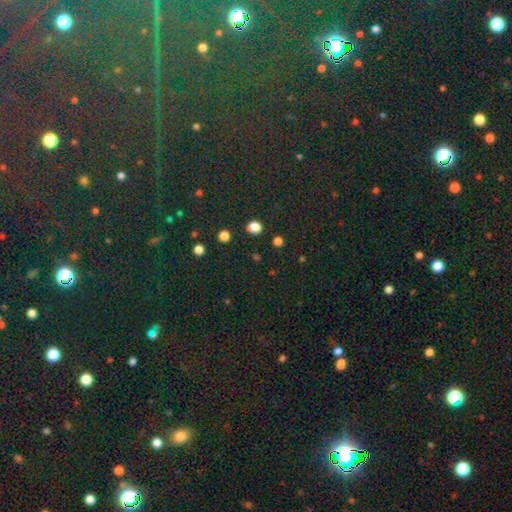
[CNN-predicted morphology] Smooth or featured: star or artifact — 80% (smooth — 12%)